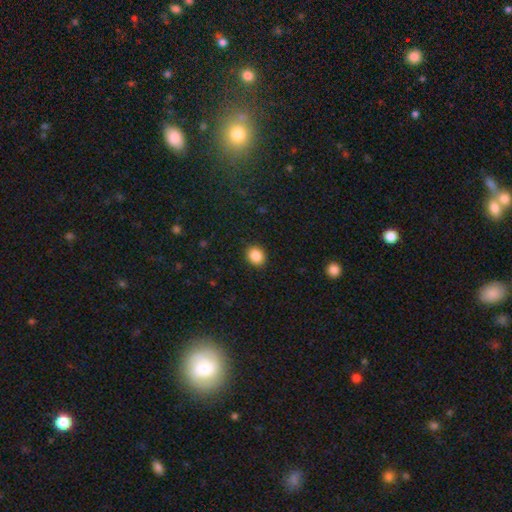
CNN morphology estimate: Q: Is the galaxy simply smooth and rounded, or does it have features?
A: smooth — 88%.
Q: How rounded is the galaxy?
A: round — 62%.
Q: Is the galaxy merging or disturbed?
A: none — 91%.